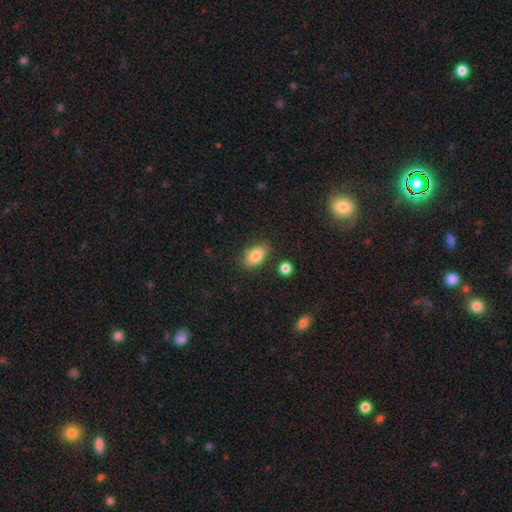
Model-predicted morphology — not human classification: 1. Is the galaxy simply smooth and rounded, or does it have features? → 84% smooth, 9% featured or disk, 8% star or artifact.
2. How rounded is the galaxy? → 89% in between, 6% round, 5% cigar-shaped.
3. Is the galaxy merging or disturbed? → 81% none, 13% minor disturbance, 3% merger, 3% major disturbance.